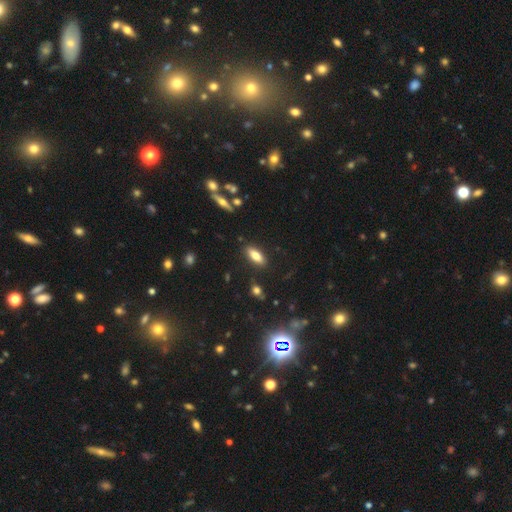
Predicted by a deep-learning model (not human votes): A smooth galaxy with no disk features (76%) that is in between round and cigar-shaped (76%). Merging: none (85%).